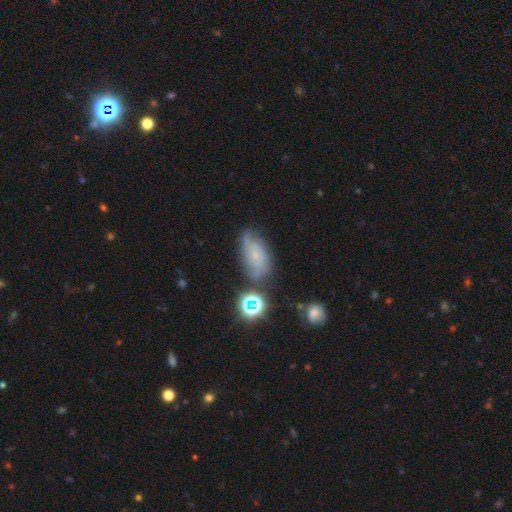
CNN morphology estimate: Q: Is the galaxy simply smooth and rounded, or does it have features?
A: featured or disk — 50%.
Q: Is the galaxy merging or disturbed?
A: none — 52%.